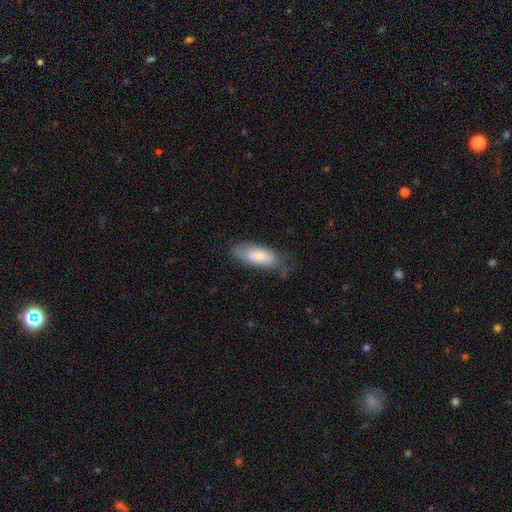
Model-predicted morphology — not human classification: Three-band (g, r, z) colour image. It shows a smooth galaxy with no disk features (78%) that is in between round and cigar-shaped (71%). Merging: none (63%).